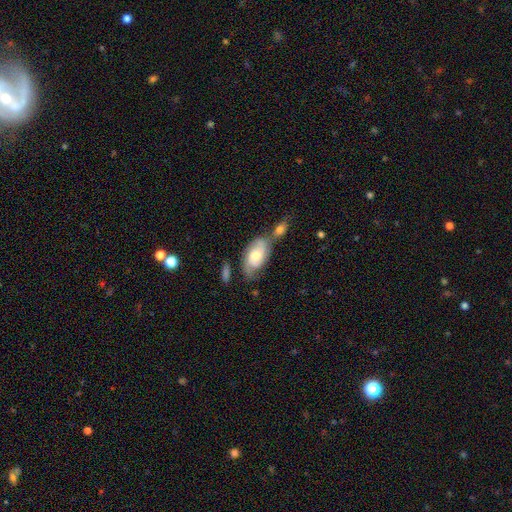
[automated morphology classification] type=featured or disk (54%); edge-on=no (93%); bar=no (67%); spiral arms=yes (85%); bulge=moderate (61%); merging=none (41%).